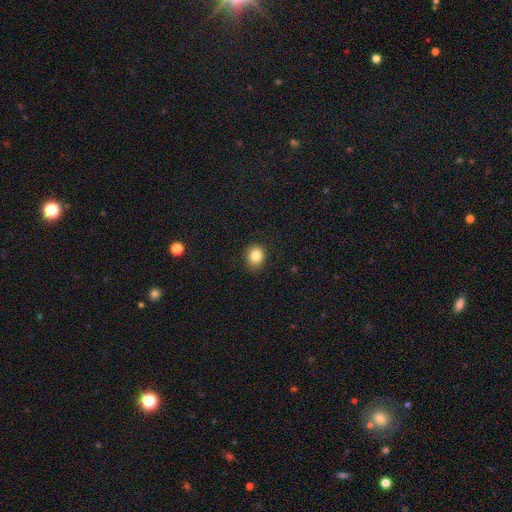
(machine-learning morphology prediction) smooth-or-featured: smooth: 84% | star or artifact: 10% | featured or disk: 6%
  how-rounded: round: 68% | in between: 31% | cigar-shaped: 1%
  merging: none: 86% | minor disturbance: 11% | major disturbance: 3% | merger: 1%